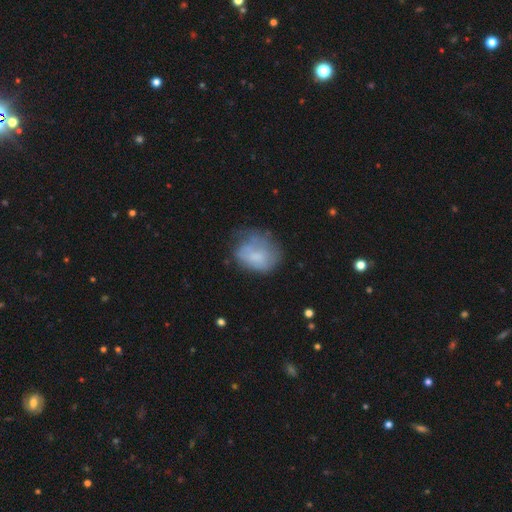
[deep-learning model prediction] A smooth galaxy with no disk features (64%) that is in between round and cigar-shaped (50%).

Vote fractions:
- Smooth or featured? smooth: 64% / featured or disk: 27% / star or artifact: 9%
- How rounded? in between: 50% / round: 49% / cigar-shaped: 1%
- Merging? none: 37% / minor disturbance: 33% / major disturbance: 26% / merger: 4%